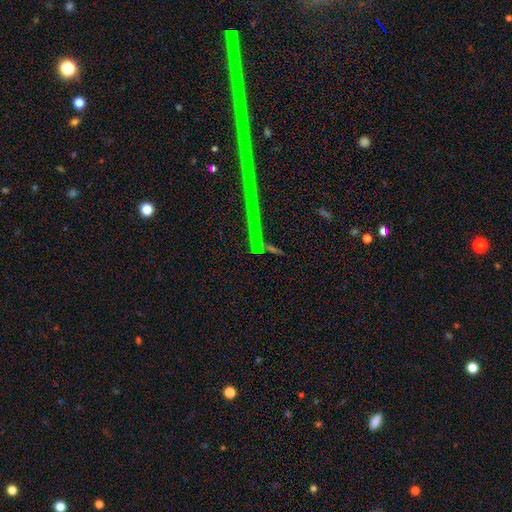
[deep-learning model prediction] Smooth or featured? Predicted: star or artifact (p=0.71).